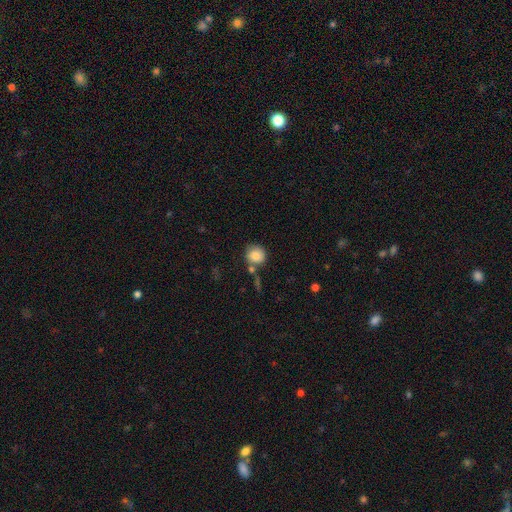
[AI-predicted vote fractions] Smooth or featured?
  - smooth: 83% *
  - featured or disk: 9%
  - star or artifact: 8%
How rounded?
  - round: 85% *
  - in between: 13%
  - cigar-shaped: 1%
Merging?
  - none: 62% *
  - minor disturbance: 17%
  - merger: 15%
  - major disturbance: 6%